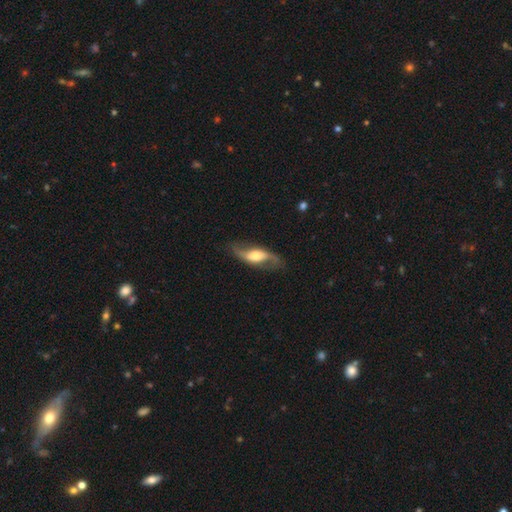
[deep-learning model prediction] smooth_or_featured: featured or disk (p=0.77) [alt: smooth p=0.17]
disk_edge_on: no (p=0.87) [alt: yes p=0.13]
bar: no (p=0.36) [tied with: weak p=0.36]
has_spiral_arms: yes (p=0.91) [alt: no p=0.09]
spiral_winding: loose (p=0.71) [alt: medium p=0.23]
spiral_arm_count: 2 (p=0.92) [alt: can't tell p=0.03]
bulge_size: moderate (p=0.57) [alt: large p=0.21]
merging: none (p=0.76) [alt: minor disturbance p=0.15]